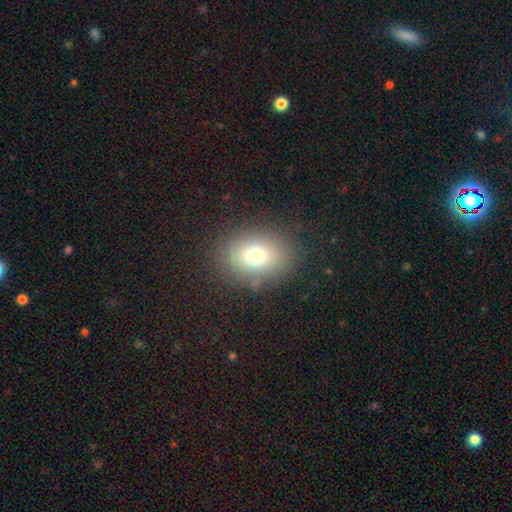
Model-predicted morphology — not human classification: smooth 73%, star or artifact 14%, featured or disk 12%. Down the decision tree: how rounded — in between (54%); merging — none (84%).